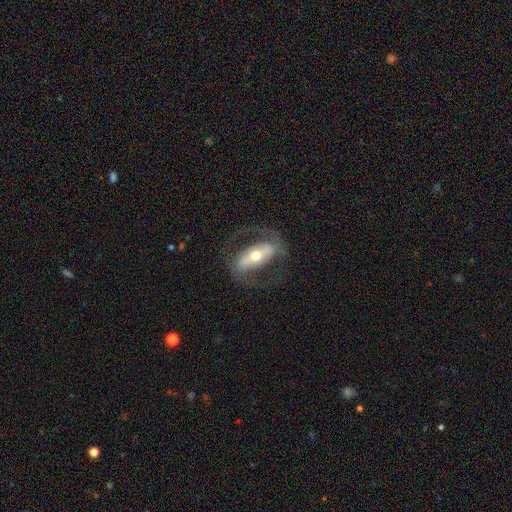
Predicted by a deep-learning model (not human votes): featured or disk 75%, smooth 19%, star or artifact 5%. Down the decision tree: edge-on disk — no (86%); bar — strong (60%); spiral arms — yes (64%); bulge size — moderate (64%); merging — none (73%).